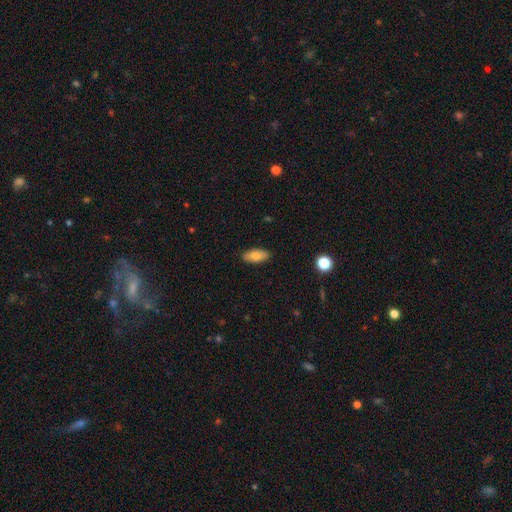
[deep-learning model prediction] A smooth galaxy with no disk features (76%) that is in between round and cigar-shaped (86%). Merging: none (88%).